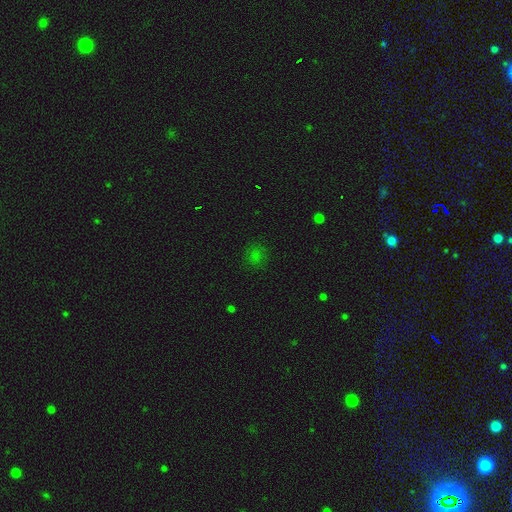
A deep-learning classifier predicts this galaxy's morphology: smooth-or-featured: smooth: 70% | star or artifact: 23% | featured or disk: 7%
  how-rounded: round: 81% | in between: 17% | cigar-shaped: 1%
  merging: none: 81% | minor disturbance: 13% | major disturbance: 4% | merger: 2%